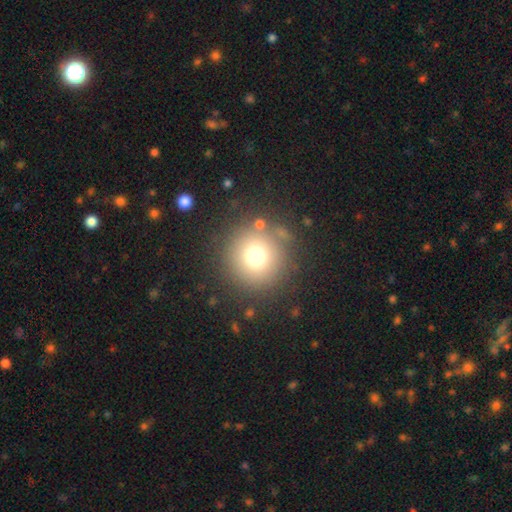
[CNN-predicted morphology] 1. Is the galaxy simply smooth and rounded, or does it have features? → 72% smooth, 18% star or artifact, 10% featured or disk.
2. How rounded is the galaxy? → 95% round, 4% in between, 1% cigar-shaped.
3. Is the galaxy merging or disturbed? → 84% none, 8% minor disturbance, 5% major disturbance, 4% merger.